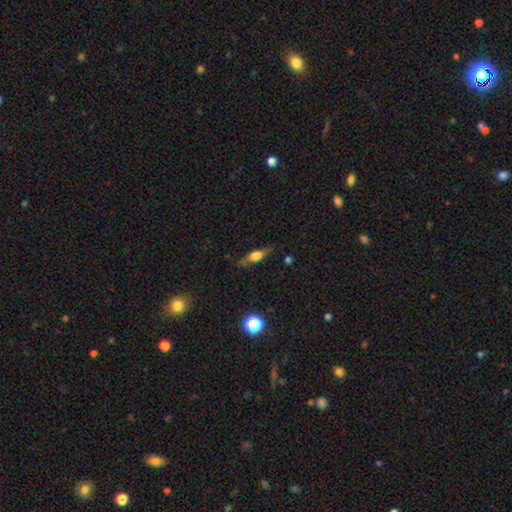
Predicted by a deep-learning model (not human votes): Smooth or featured? Predicted: featured or disk (p=0.48). Merging? Predicted: none (p=0.74).